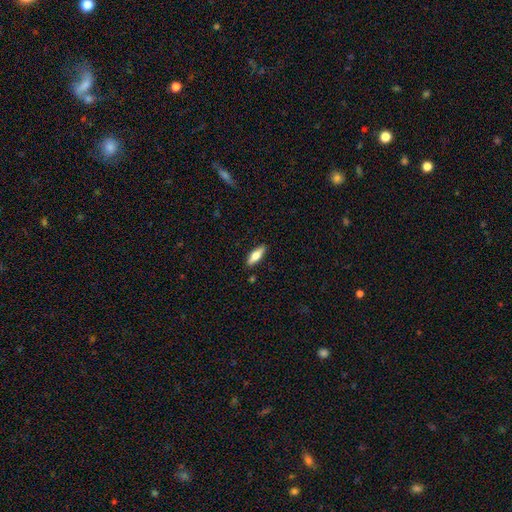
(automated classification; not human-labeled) Overall: smooth (68%). How rounded: in between (57%; cigar-shaped 41%). Merging: none (88%).